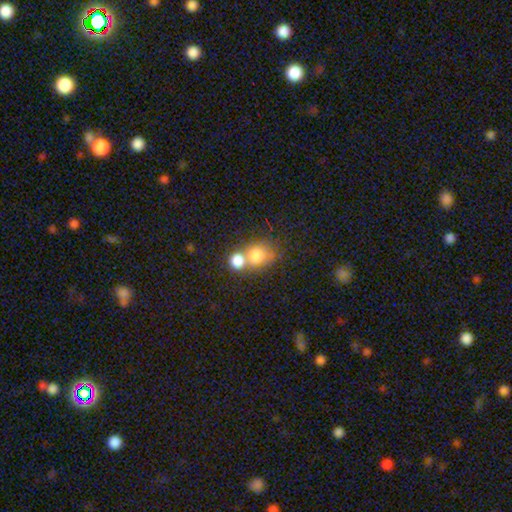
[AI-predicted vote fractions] This appears to be a smooth galaxy with no disk features (76%) that is round (70%). Merging: merger (55%).